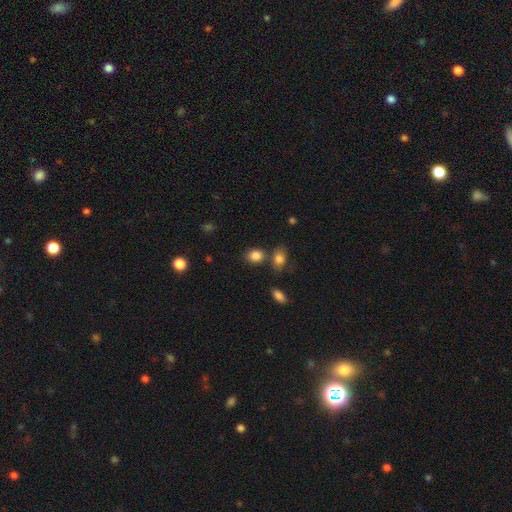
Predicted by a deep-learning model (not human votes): Smooth or featured? Predicted: smooth (p=0.85). How rounded? Predicted: in between (p=0.50). Merging? Predicted: none (p=0.69).